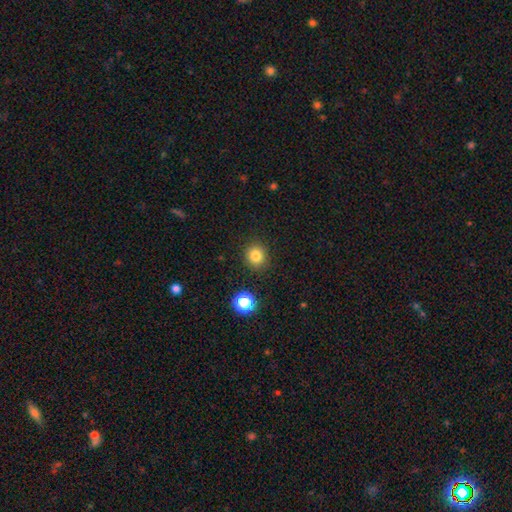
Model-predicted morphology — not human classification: This appears to be a smooth galaxy with no disk features (81%) that is round (87%). Merging: none (89%).